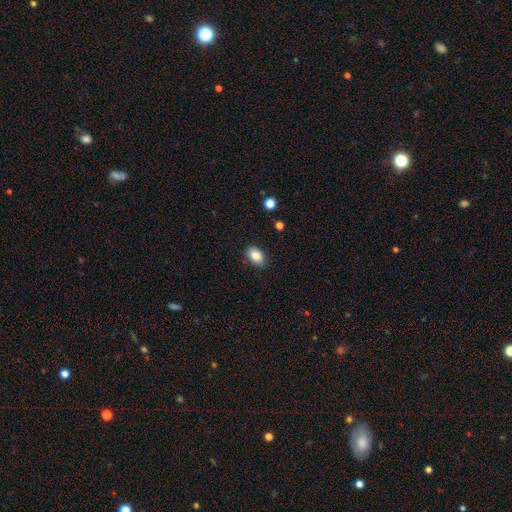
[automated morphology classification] A smooth galaxy with no disk features (85%) that is in between round and cigar-shaped (88%). Merging: none (87%).